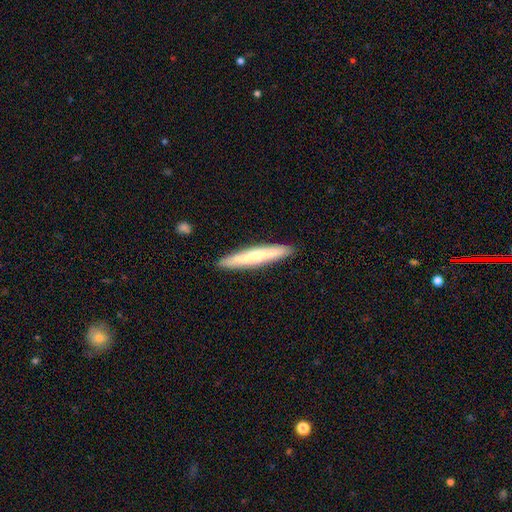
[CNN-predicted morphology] A smooth galaxy with no disk features (58%) that is cigar-shaped (94%).

Vote fractions:
- Smooth or featured? smooth: 58% / featured or disk: 37% / star or artifact: 6%
- How rounded? cigar-shaped: 94% / in between: 4% / round: 1%
- Merging? none: 91% / minor disturbance: 7% / major disturbance: 1% / merger: 1%